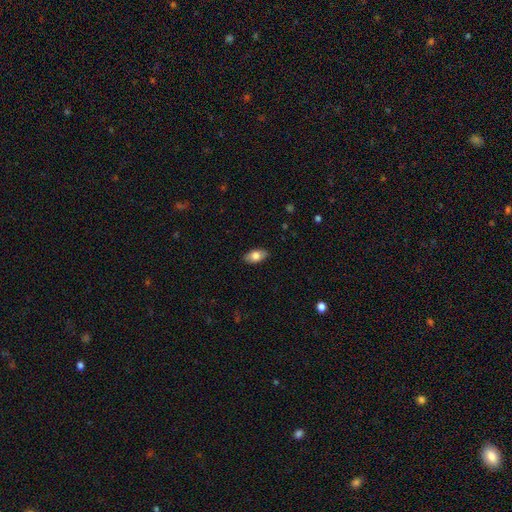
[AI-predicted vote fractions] Smooth or featured? smooth (78%)
How rounded? in between (92%)
Merging? none (87%)